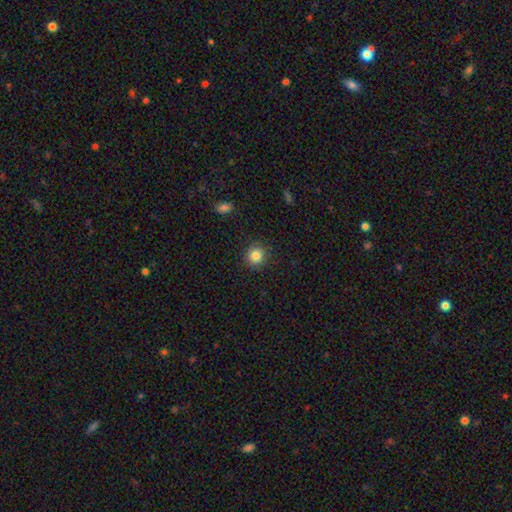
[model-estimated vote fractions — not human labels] Smooth or featured?
  - smooth: 84% *
  - star or artifact: 11%
  - featured or disk: 5%
How rounded?
  - round: 91% *
  - in between: 8%
  - cigar-shaped: 1%
Merging?
  - none: 90% *
  - minor disturbance: 7%
  - major disturbance: 2%
  - merger: 1%